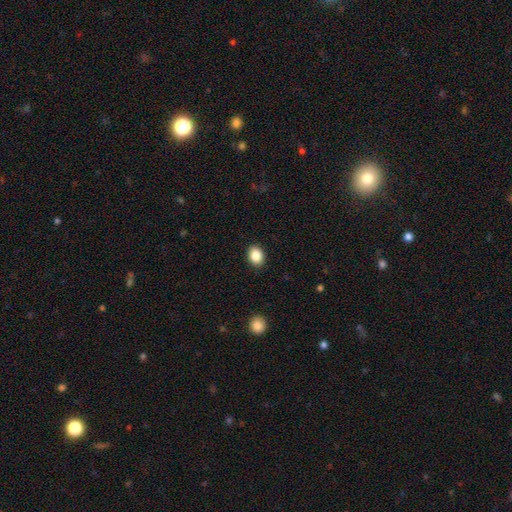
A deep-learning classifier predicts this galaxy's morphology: Smooth or featured? smooth (87%)
How rounded? in between (67%)
Merging? none (90%)